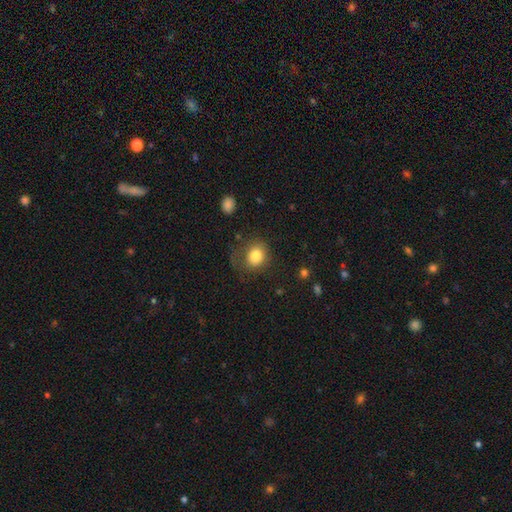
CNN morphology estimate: Smooth or featured?
  - smooth: 82% *
  - star or artifact: 9%
  - featured or disk: 9%
How rounded?
  - round: 65% *
  - in between: 34%
  - cigar-shaped: 1%
Merging?
  - none: 59% *
  - minor disturbance: 22%
  - major disturbance: 17%
  - merger: 2%